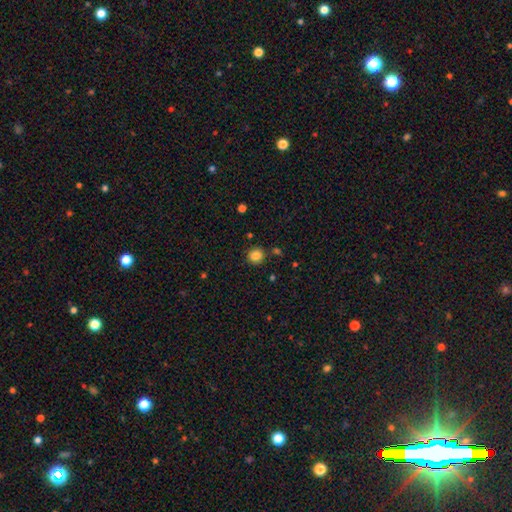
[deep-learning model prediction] Smooth or featured? smooth (85%)
How rounded? round (92%)
Merging? none (86%)